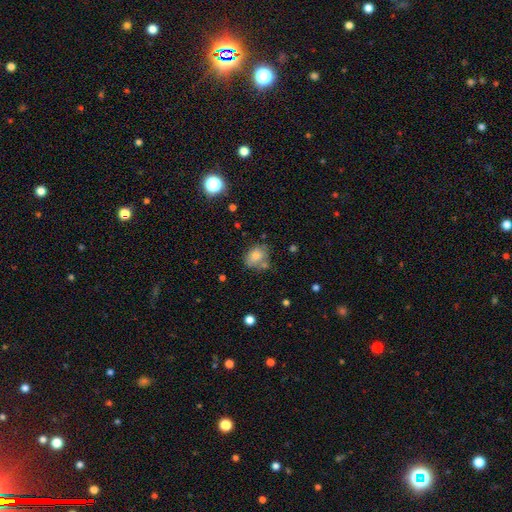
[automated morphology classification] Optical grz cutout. It shows a smooth galaxy with no disk features (75%) that is in between round and cigar-shaped (54%). Merging: none (59%).